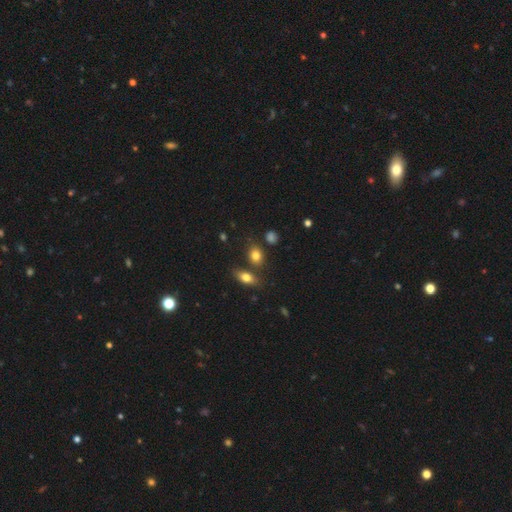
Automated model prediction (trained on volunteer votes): This is clearly a smooth galaxy (81%). How rounded: possibly in between (59%). Merging: likely none (69%).